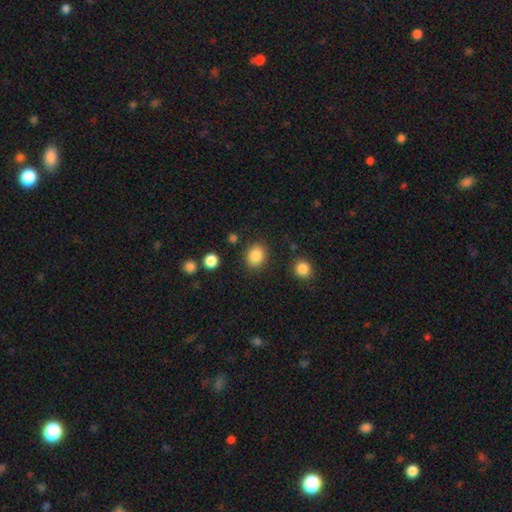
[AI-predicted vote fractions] This is clearly a smooth galaxy (86%). How rounded: likely round (63%). Merging: clearly none (86%).